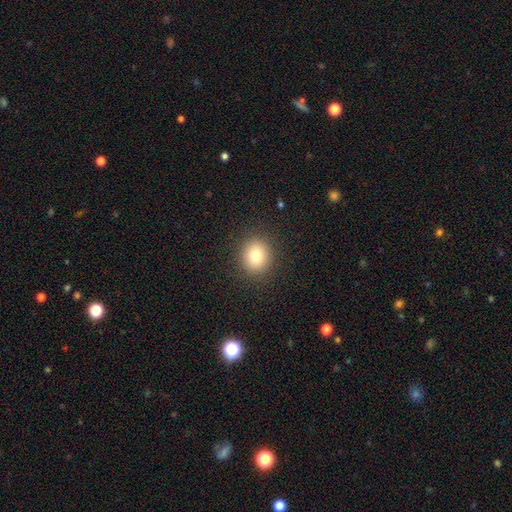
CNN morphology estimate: Smooth or featured?
  - smooth: 80% *
  - star or artifact: 12%
  - featured or disk: 9%
How rounded?
  - round: 79% *
  - in between: 20%
  - cigar-shaped: 1%
Merging?
  - none: 90% *
  - minor disturbance: 7%
  - major disturbance: 3%
  - merger: 1%